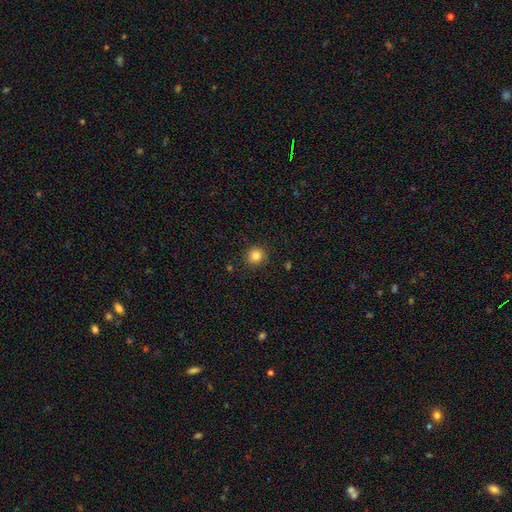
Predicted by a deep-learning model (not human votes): smooth-or-featured: smooth: 84% | star or artifact: 11% | featured or disk: 5%
  how-rounded: round: 91% | in between: 8% | cigar-shaped: 1%
  merging: none: 90% | minor disturbance: 7% | major disturbance: 2% | merger: 1%